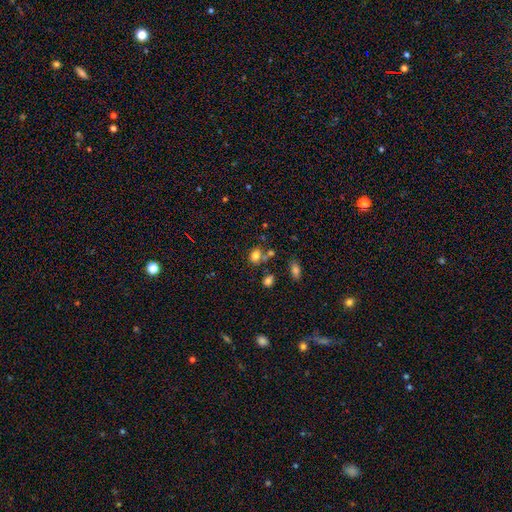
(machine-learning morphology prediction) The model was most divided on "how rounded": round: 52%, in between: 47%, cigar-shaped: 1%. More confident: smooth or featured — smooth (77%); merging — none (57%).